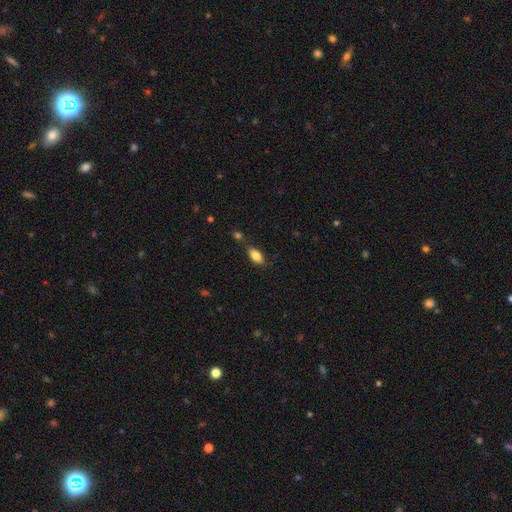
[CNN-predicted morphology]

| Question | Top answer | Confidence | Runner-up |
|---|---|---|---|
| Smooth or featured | smooth | 83% | featured or disk (9%) |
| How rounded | in between | 88% | cigar-shaped (9%) |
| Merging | none | 71% | minor disturbance (16%) |